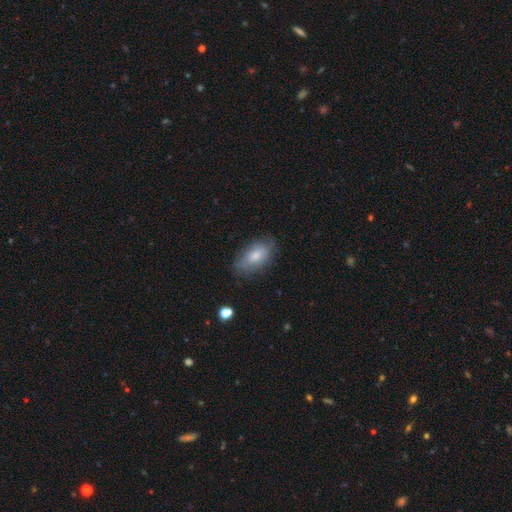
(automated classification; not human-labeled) smooth-or-featured: smooth: 70% | featured or disk: 23% | star or artifact: 7%
  how-rounded: in between: 91% | round: 5% | cigar-shaped: 4%
  merging: none: 69% | minor disturbance: 23% | major disturbance: 7% | merger: 2%